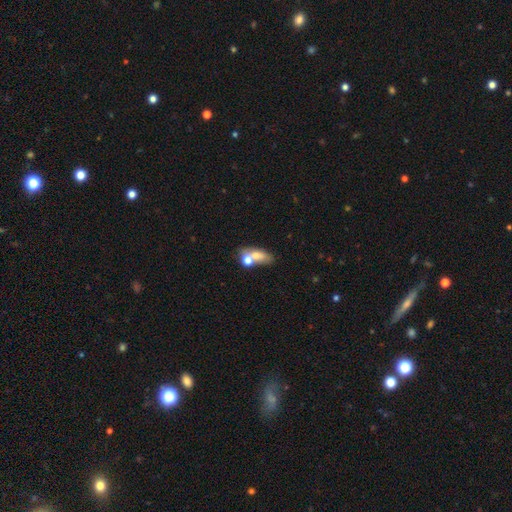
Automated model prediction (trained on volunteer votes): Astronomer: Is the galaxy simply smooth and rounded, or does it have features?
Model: smooth — 63%.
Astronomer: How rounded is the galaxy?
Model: in between — 68%.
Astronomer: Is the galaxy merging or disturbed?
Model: merger — 50% (runner-up: none, 31%).